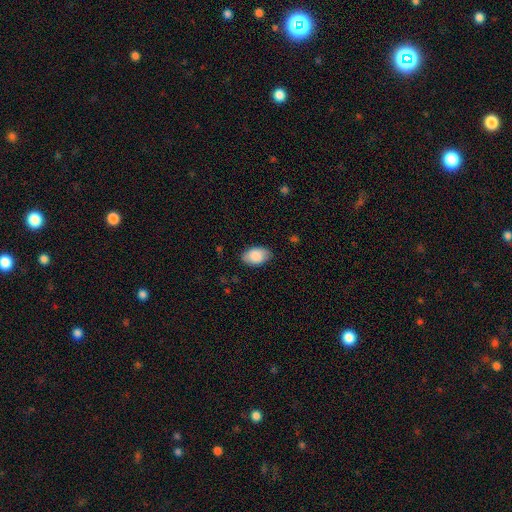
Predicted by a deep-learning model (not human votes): A smooth galaxy with no disk features (88%) that is in between round and cigar-shaped (92%).

Vote fractions:
- Smooth or featured? smooth: 88% / featured or disk: 6% / star or artifact: 6%
- How rounded? in between: 92% / round: 7% / cigar-shaped: 1%
- Merging? none: 83% / minor disturbance: 14% / major disturbance: 3% / merger: 1%